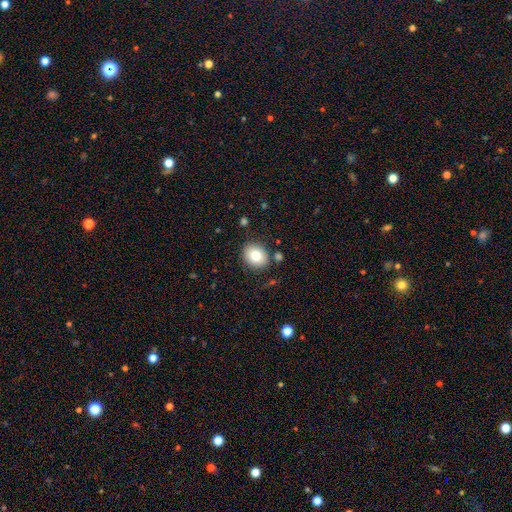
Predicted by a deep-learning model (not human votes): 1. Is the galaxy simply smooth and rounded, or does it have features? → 80% smooth, 11% featured or disk, 9% star or artifact.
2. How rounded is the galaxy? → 59% round, 40% in between, 1% cigar-shaped.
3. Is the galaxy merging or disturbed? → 84% none, 10% minor disturbance, 3% merger, 3% major disturbance.